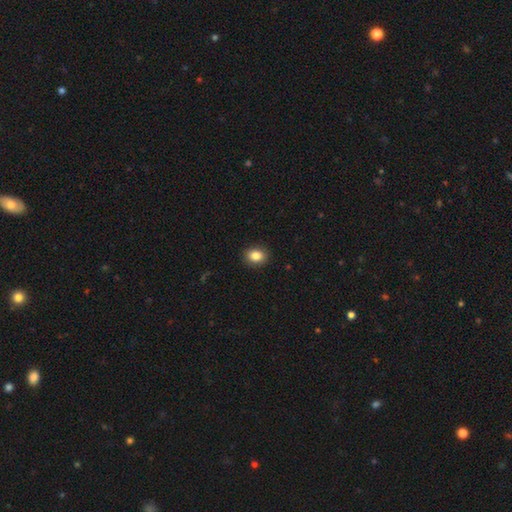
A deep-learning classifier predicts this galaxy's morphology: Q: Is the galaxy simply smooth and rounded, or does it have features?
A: smooth — 85%.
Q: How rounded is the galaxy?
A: in between — 52%.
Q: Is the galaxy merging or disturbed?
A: none — 91%.